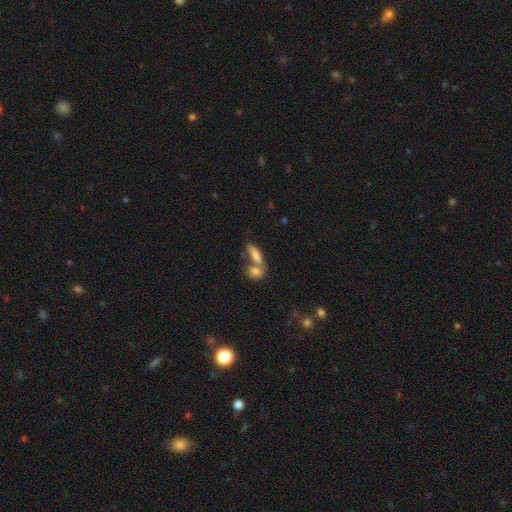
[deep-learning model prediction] This is likely a smooth galaxy (73%). How rounded: likely in between (64%). Merging: possibly merger (50%).